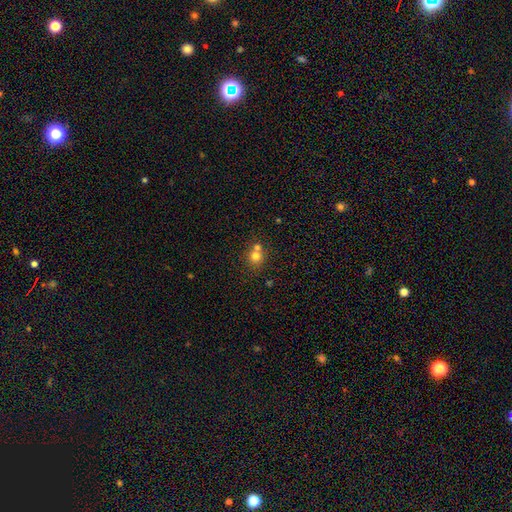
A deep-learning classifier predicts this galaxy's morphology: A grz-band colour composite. It shows a smooth galaxy with no disk features (75%) that is round (86%). Merging: none (49%).